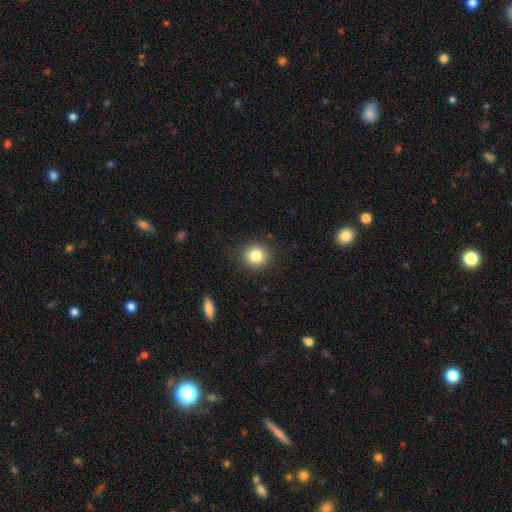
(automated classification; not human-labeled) Q: Smooth or featured?
A: smooth (83%); runner-up: star or artifact (10%)
Q: How rounded?
A: round (89%); runner-up: in between (10%)
Q: Merging?
A: none (90%); runner-up: minor disturbance (7%)